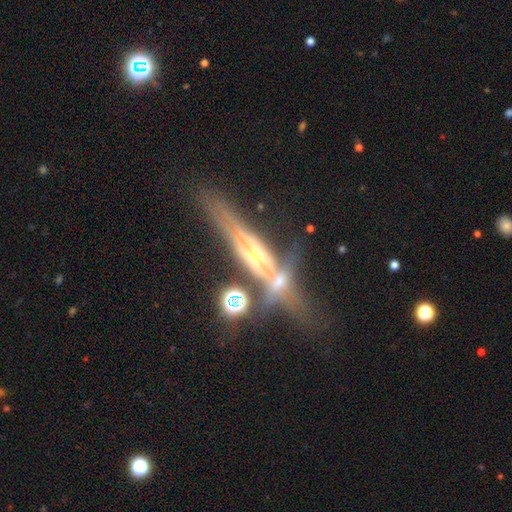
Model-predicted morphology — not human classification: A featured or disk galaxy (74%) viewed edge-on (82%) with a rounded central bulge (69%).

Vote fractions:
- Smooth or featured? featured or disk: 74% / smooth: 14% / star or artifact: 13%
- Edge-on disk? yes: 82% / no: 18%
- Edge-on bulge? rounded: 69% / none: 18% / boxy: 13%
- Merging? none: 45% / merger: 26% / minor disturbance: 16% / major disturbance: 13%